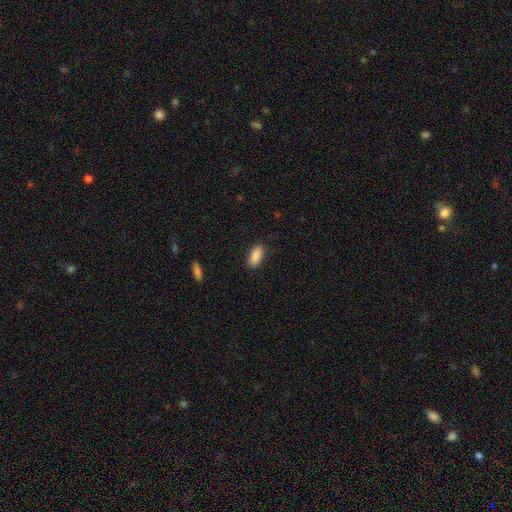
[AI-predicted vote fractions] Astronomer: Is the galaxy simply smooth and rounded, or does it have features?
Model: smooth — 89%.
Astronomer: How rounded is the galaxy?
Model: in between — 86%.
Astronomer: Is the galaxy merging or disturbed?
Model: none — 83%.